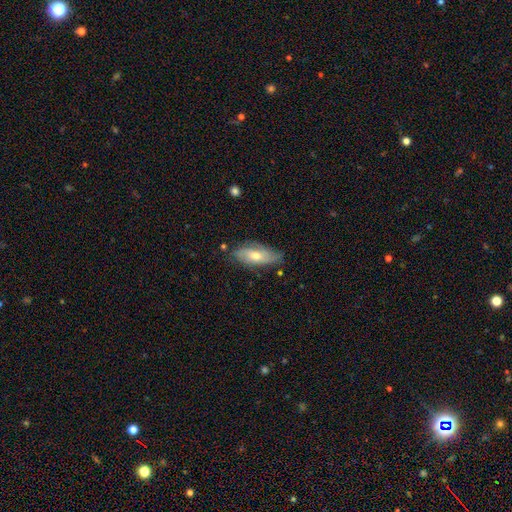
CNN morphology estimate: A smooth galaxy with no disk features (51%) that is in between round and cigar-shaped (74%). Merging: none (69%).